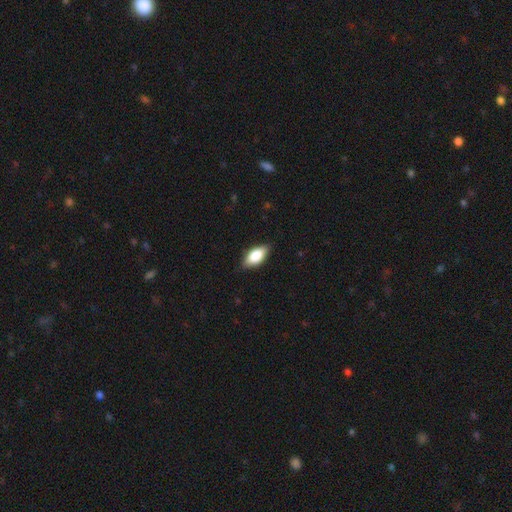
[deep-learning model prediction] Smooth or featured? Predicted: smooth (p=0.81). How rounded? Predicted: in between (p=0.89). Merging? Predicted: none (p=0.84).